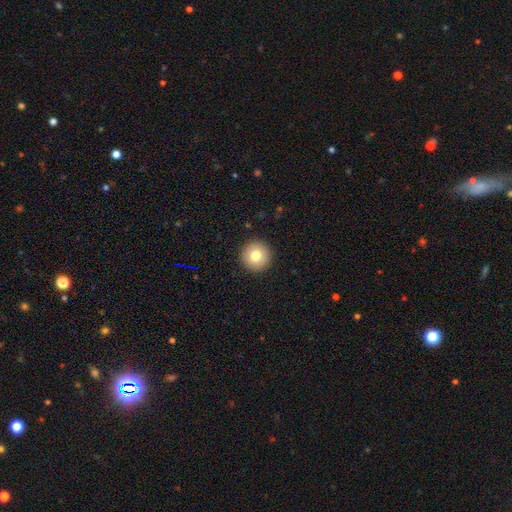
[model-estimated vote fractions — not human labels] A smooth galaxy with no disk features (78%) that is round (96%).

Vote fractions:
- Smooth or featured? smooth: 78% / featured or disk: 12% / star or artifact: 10%
- How rounded? round: 96% / in between: 3% / cigar-shaped: 1%
- Merging? none: 93% / minor disturbance: 5% / major disturbance: 2% / merger: 1%